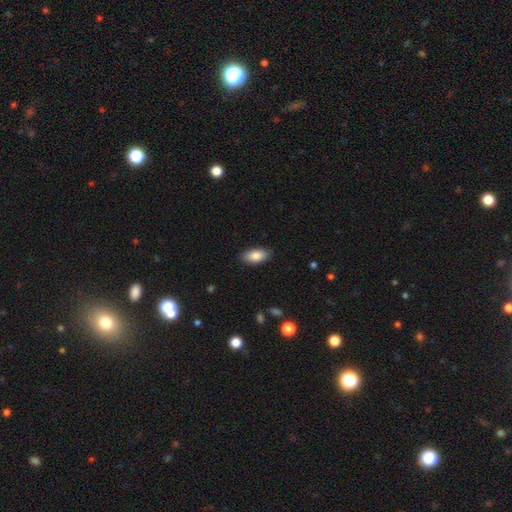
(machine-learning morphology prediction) The model was most divided on "merging": none: 87%, minor disturbance: 10%, major disturbance: 2%, merger: 1%. More confident: how rounded — in between (89%); smooth or featured — smooth (86%).